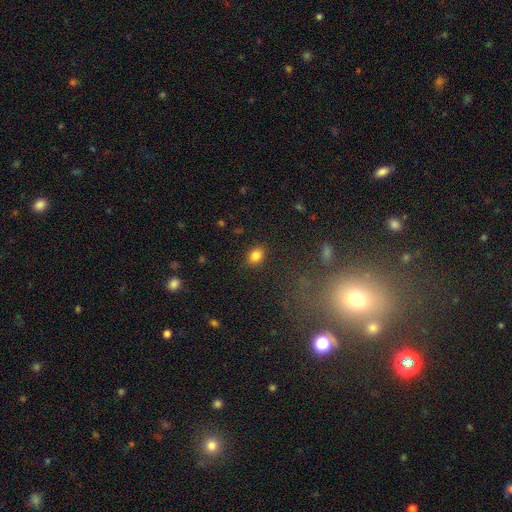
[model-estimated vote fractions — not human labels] smooth 83%, star or artifact 11%, featured or disk 6%. Down the decision tree: how rounded — in between (62%); merging — none (86%).